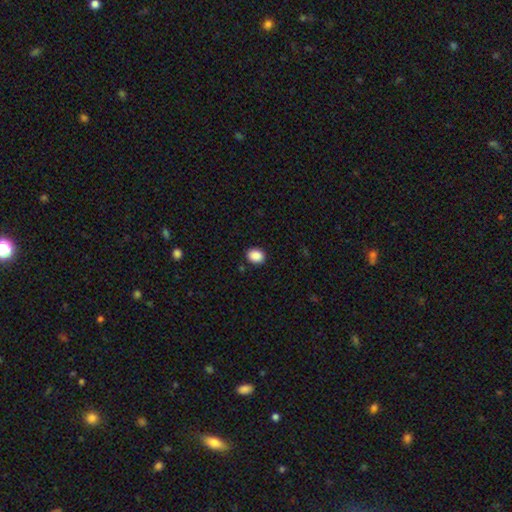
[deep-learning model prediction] Smooth or featured? Predicted: smooth (p=0.89). How rounded? Predicted: round (p=0.52). Merging? Predicted: none (p=0.89).